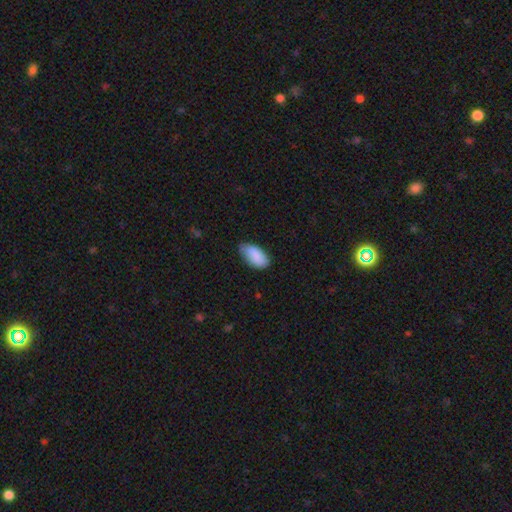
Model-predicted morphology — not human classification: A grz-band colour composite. It shows a smooth galaxy with no disk features (89%) that is in between round and cigar-shaped (95%). Merging: none (65%).